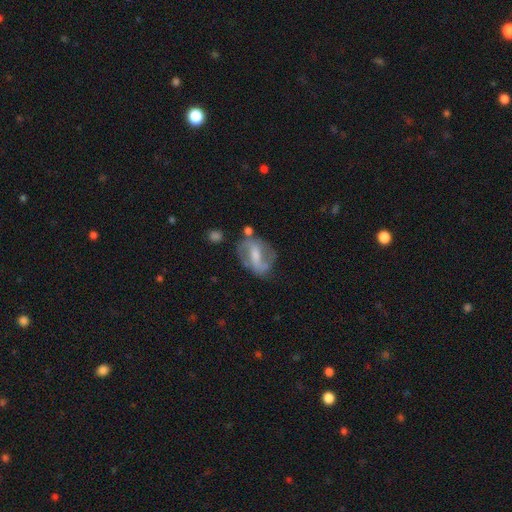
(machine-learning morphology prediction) Overall: featured or disk (68%). Edge-on disk: no (95%). Bar: weak (42%; strong 38%). Spiral arms: yes (78%). Bulge size: moderate (45%; small 32%). Merging: none (59%; minor disturbance 22%).